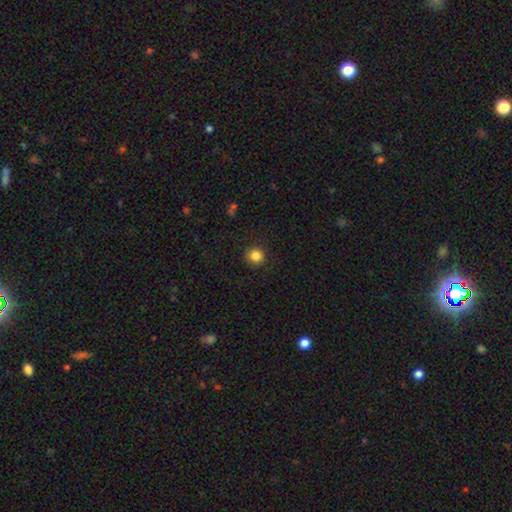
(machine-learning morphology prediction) Smooth or featured?
  - smooth: 85% *
  - star or artifact: 11%
  - featured or disk: 4%
How rounded?
  - round: 94% *
  - in between: 5%
  - cigar-shaped: 1%
Merging?
  - none: 91% *
  - minor disturbance: 6%
  - major disturbance: 2%
  - merger: 1%